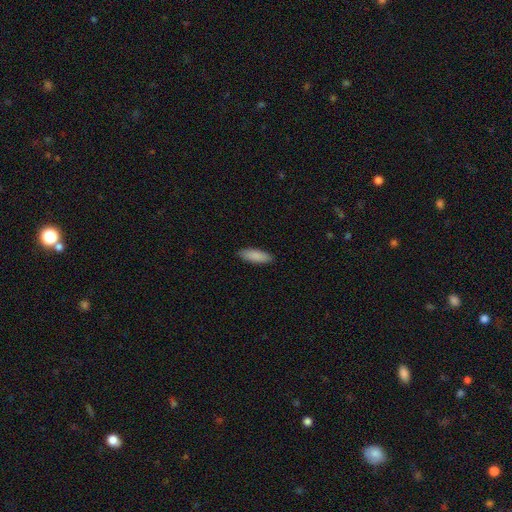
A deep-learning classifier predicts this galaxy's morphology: Smooth or featured? smooth (89%)
How rounded? in between (58%)
Merging? none (90%)